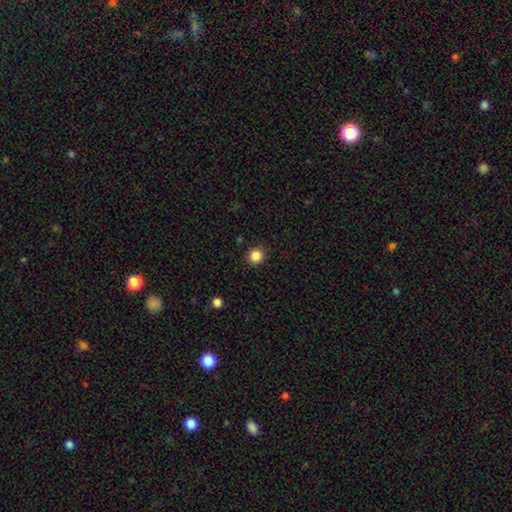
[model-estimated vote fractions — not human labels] Overall: smooth (86%). How rounded: round (94%). Merging: none (91%).